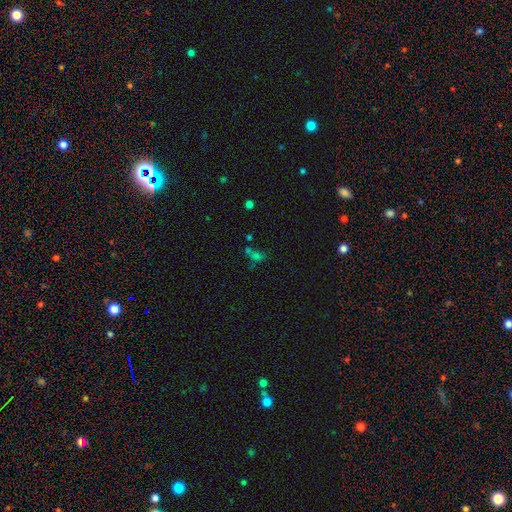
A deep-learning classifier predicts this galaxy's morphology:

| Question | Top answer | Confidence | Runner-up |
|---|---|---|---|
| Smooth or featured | star or artifact | 44% | smooth (40%) |